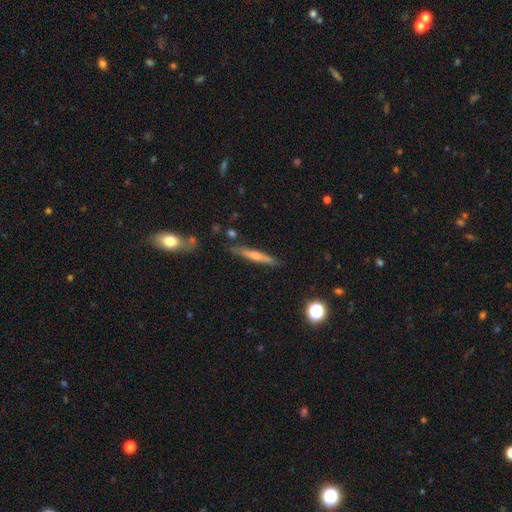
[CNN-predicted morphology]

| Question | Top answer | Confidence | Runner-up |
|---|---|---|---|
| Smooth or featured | smooth | 54% | featured or disk (39%) |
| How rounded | cigar-shaped | 93% | in between (5%) |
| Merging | none | 83% | minor disturbance (12%) |